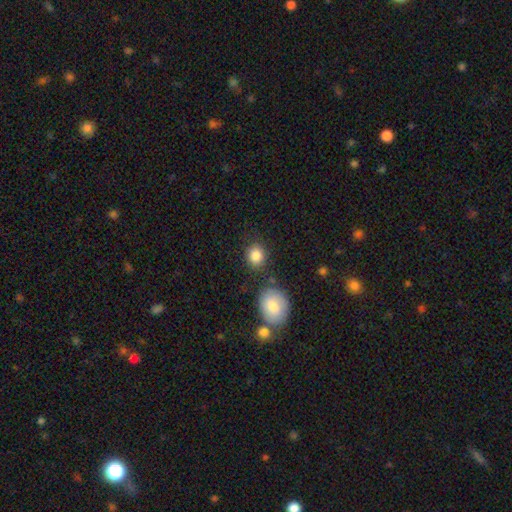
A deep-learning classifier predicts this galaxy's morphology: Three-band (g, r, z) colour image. It shows a smooth galaxy with no disk features (85%) that is round (74%). Merging: none (78%).